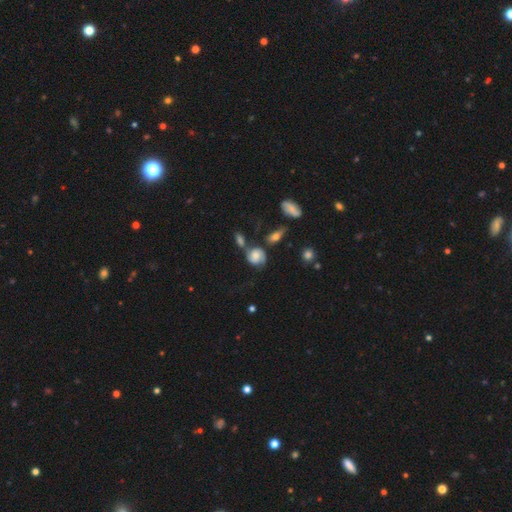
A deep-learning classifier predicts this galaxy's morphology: A featured or disk galaxy (55%) with no bar (68%), spiral arms (87%) and a moderate central bulge (45%).

Vote fractions:
- Smooth or featured? featured or disk: 55% / smooth: 36% / star or artifact: 9%
- Edge-on disk? no: 95% / yes: 5%
- Bar? no: 68% / weak: 27% / strong: 6%
- Spiral arms? yes: 87% / no: 13%
- Bulge size? moderate: 45% / small: 21% / large: 21% / none: 10% / dominant: 3%
- Merging? none: 44% / merger: 24% / minor disturbance: 20% / major disturbance: 12%